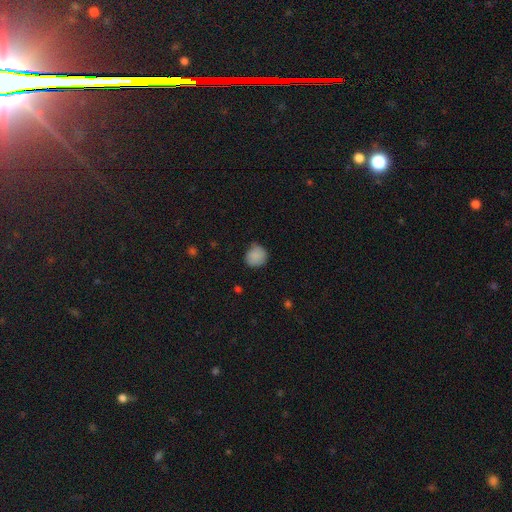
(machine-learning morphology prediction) smooth-or-featured: smooth: 86% | star or artifact: 8% | featured or disk: 6%
  how-rounded: round: 88% | in between: 11% | cigar-shaped: 1%
  merging: none: 69% | minor disturbance: 26% | major disturbance: 4% | merger: 1%